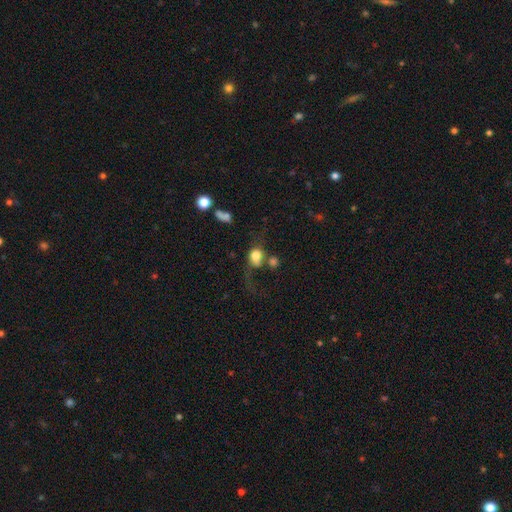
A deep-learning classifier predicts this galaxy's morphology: Overall: smooth (72%). How rounded: round (56%; in between 42%). Merging: major disturbance (33%; none 27%).